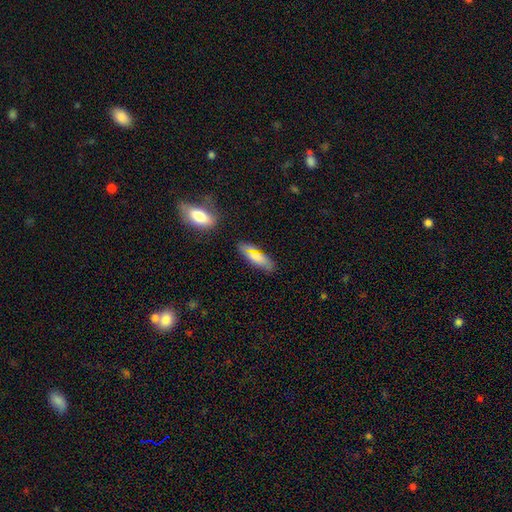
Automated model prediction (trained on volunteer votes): Smooth or featured?
  - smooth: 70% *
  - featured or disk: 22%
  - star or artifact: 9%
How rounded?
  - in between: 62% *
  - cigar-shaped: 36%
  - round: 2%
Merging?
  - none: 76% *
  - minor disturbance: 16%
  - merger: 4%
  - major disturbance: 4%